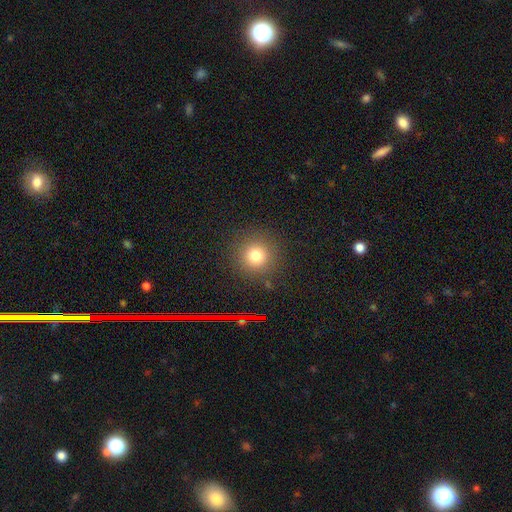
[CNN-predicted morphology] Smooth or featured?
  - smooth: 75% *
  - star or artifact: 17%
  - featured or disk: 8%
How rounded?
  - round: 95% *
  - in between: 5%
  - cigar-shaped: 1%
Merging?
  - none: 89% *
  - minor disturbance: 7%
  - major disturbance: 3%
  - merger: 2%